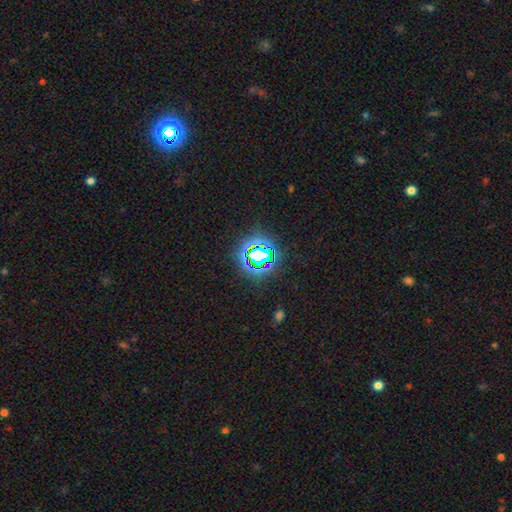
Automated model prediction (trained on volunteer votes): smooth_or_featured: star or artifact (p=0.75) [alt: smooth p=0.15]